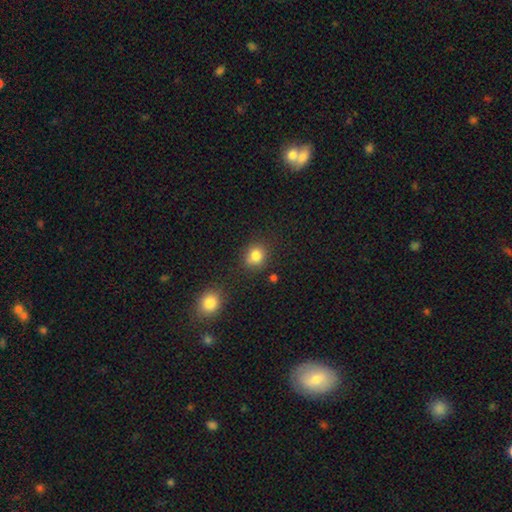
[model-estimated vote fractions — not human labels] Overall: smooth (83%). How rounded: round (74%). Merging: none (77%).